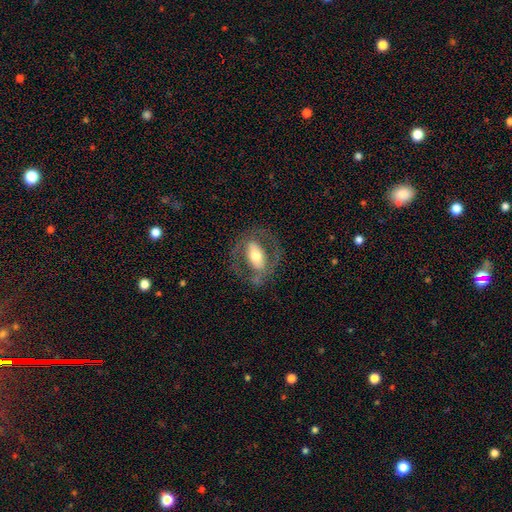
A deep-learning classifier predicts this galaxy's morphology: Smooth or featured?
  - featured or disk: 59% *
  - smooth: 35%
  - star or artifact: 6%
Edge-on disk?
  - no: 89% *
  - yes: 11%
Bar?
  - strong: 39% *
  - no: 37%
  - weak: 24%
Spiral arms?
  - no: 64% *
  - yes: 36%
Bulge size?
  - moderate: 59% *
  - large: 22%
  - small: 15%
  - dominant: 2%
  - none: 1%
Merging?
  - none: 70% *
  - minor disturbance: 15%
  - major disturbance: 14%
  - merger: 2%